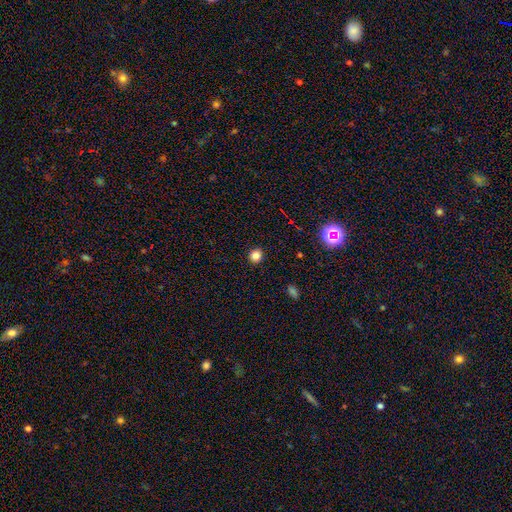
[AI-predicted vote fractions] smooth_or_featured: smooth (p=0.83) [alt: star or artifact p=0.13]
how_rounded: round (p=0.87) [alt: in between p=0.12]
merging: none (p=0.92) [alt: minor disturbance p=0.05]